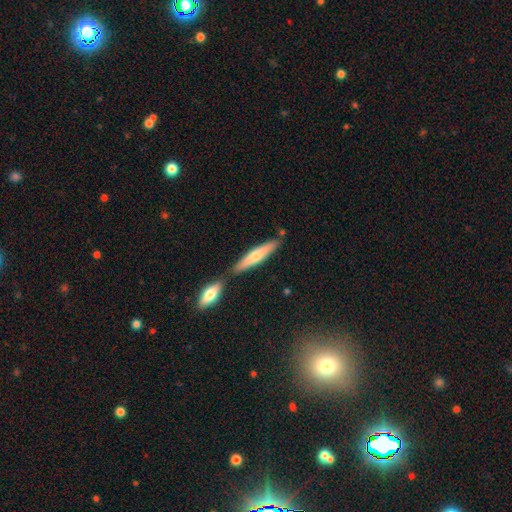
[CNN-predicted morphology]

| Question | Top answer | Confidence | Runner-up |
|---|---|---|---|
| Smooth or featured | smooth | 60% | featured or disk (35%) |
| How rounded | cigar-shaped | 86% | in between (13%) |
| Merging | none | 71% | merger (16%) |